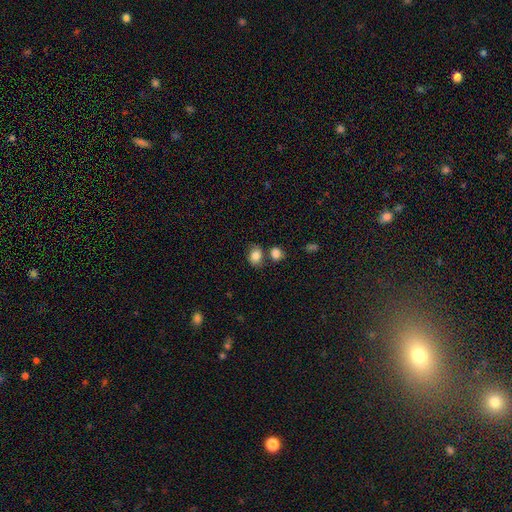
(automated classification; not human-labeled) Smooth or featured? Predicted: smooth (p=0.82). How rounded? Predicted: in between (p=0.56). Merging? Predicted: none (p=0.59).